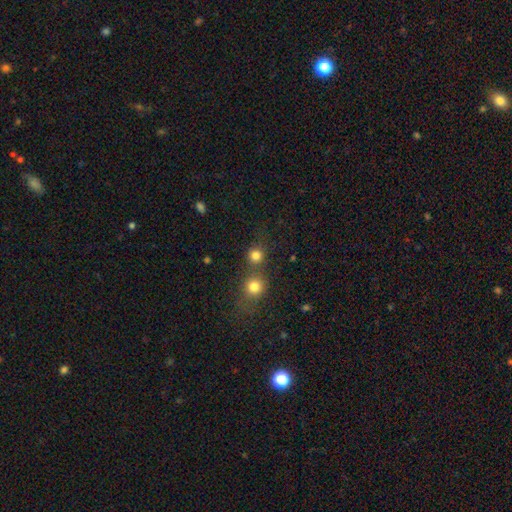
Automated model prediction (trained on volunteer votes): Overall: smooth (81%). How rounded: round (90%). Merging: none (58%; merger 31%).